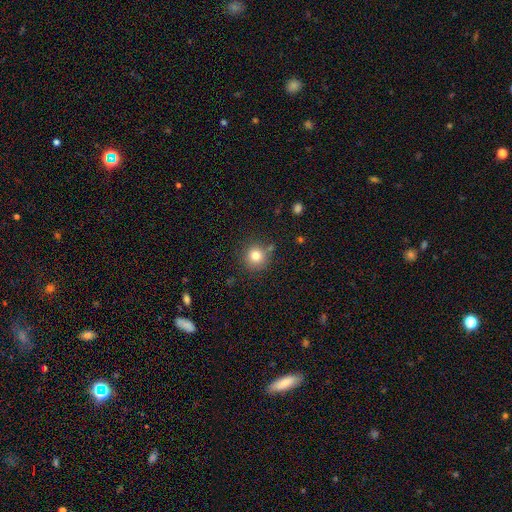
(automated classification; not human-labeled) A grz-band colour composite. It shows a smooth galaxy with no disk features (80%) that is round (93%). Merging: none (80%).